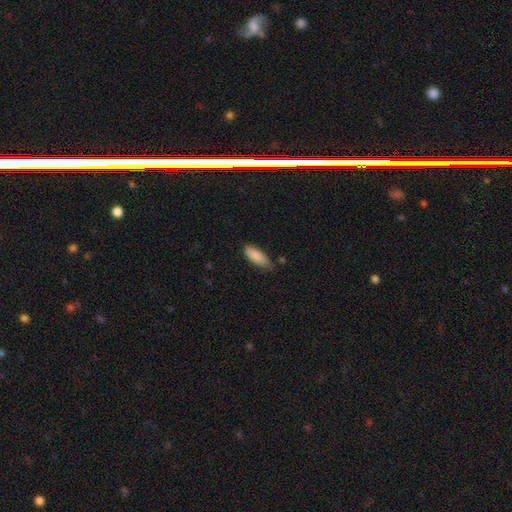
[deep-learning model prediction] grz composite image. It shows a smooth galaxy with no disk features (88%) that is in between round and cigar-shaped (77%). Merging: none (65%).